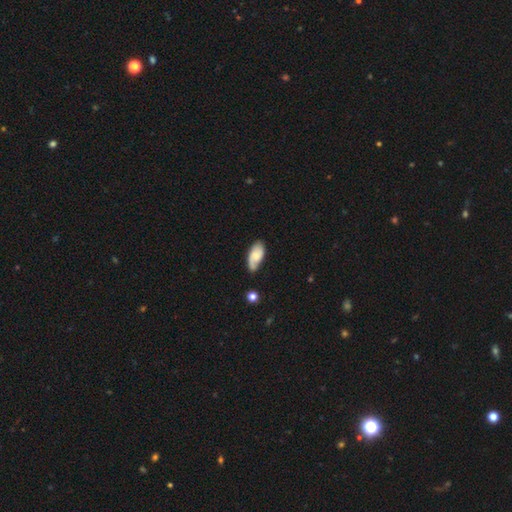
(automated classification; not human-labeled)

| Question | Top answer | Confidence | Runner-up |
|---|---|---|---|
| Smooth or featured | smooth | 53% | featured or disk (40%) |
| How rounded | in between | 91% | cigar-shaped (7%) |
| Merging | none | 62% | minor disturbance (28%) |